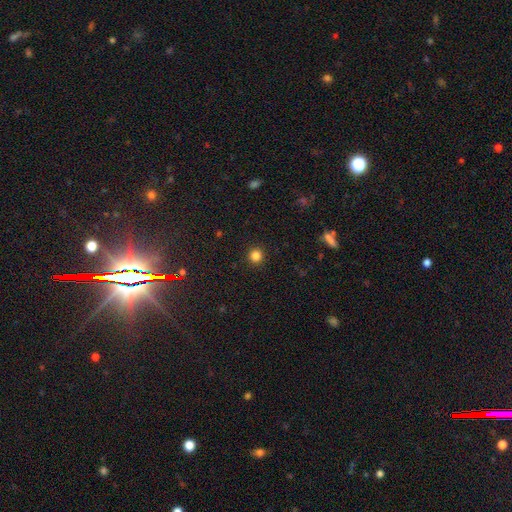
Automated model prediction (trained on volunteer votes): Morphology: type=smooth (84%); roundness=round (94%); merging=none (92%).